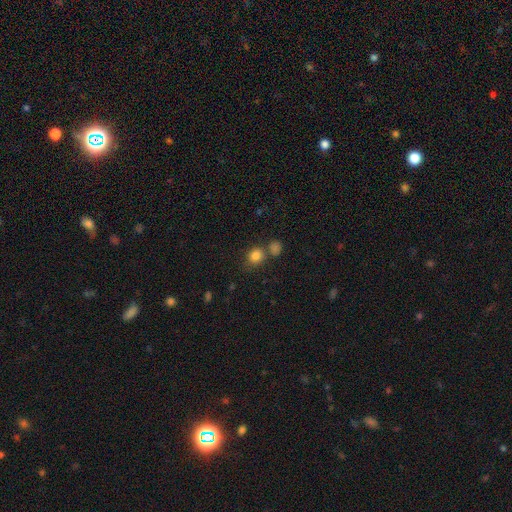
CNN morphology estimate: Q: Smooth or featured?
A: smooth (83%); runner-up: star or artifact (12%)
Q: How rounded?
A: round (77%); runner-up: in between (22%)
Q: Merging?
A: none (64%); runner-up: merger (20%)